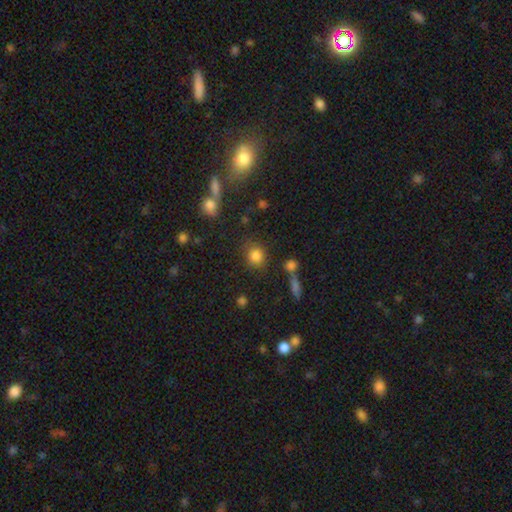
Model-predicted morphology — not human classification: Smooth or featured? Predicted: smooth (p=0.82). How rounded? Predicted: round (p=0.78). Merging? Predicted: none (p=0.77).